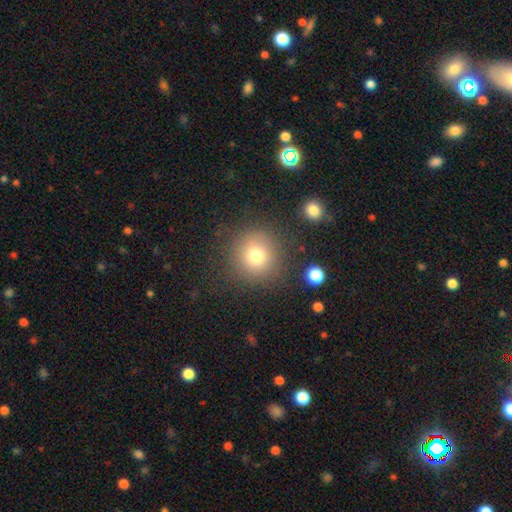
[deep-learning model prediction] smooth-or-featured: smooth: 76% | star or artifact: 14% | featured or disk: 11%
  how-rounded: round: 92% | in between: 7% | cigar-shaped: 1%
  merging: none: 83% | minor disturbance: 9% | major disturbance: 5% | merger: 3%